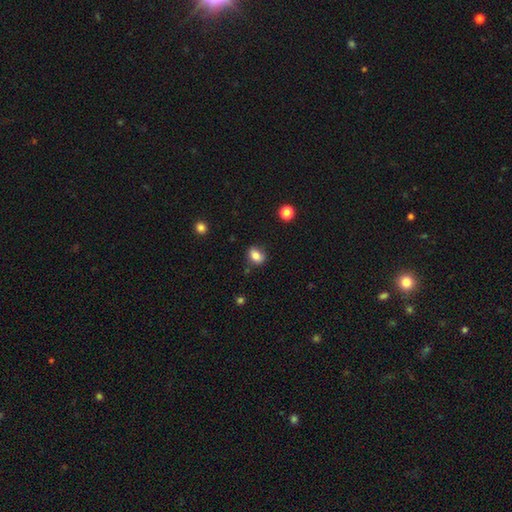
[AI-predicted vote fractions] smooth-or-featured: smooth: 81% | star or artifact: 10% | featured or disk: 9%
  how-rounded: in between: 65% | round: 33% | cigar-shaped: 2%
  merging: none: 74% | minor disturbance: 18% | merger: 4% | major disturbance: 4%